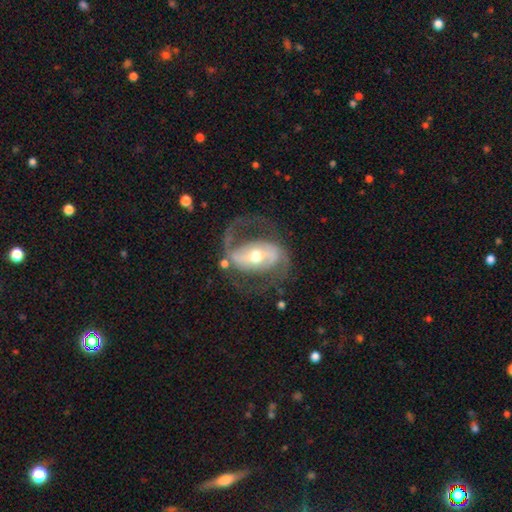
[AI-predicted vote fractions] Smooth or featured? featured or disk (89%)
Edge-on disk? no (96%)
Bar? strong (47%)
Spiral arms? yes (94%)
Spiral winding? medium (52%)
Spiral arm count? 2 (86%)
Bulge size? moderate (65%)
Merging? none (65%)